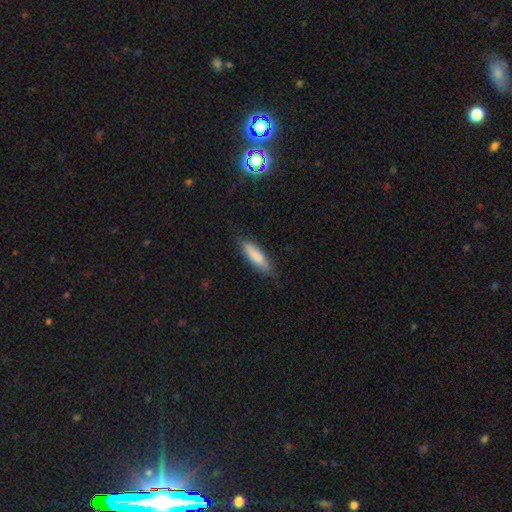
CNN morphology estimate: Smooth or featured: smooth — 84% (featured or disk — 11%)
How rounded: cigar-shaped — 63% (in between — 36%)
Merging: none — 82% (minor disturbance — 14%)